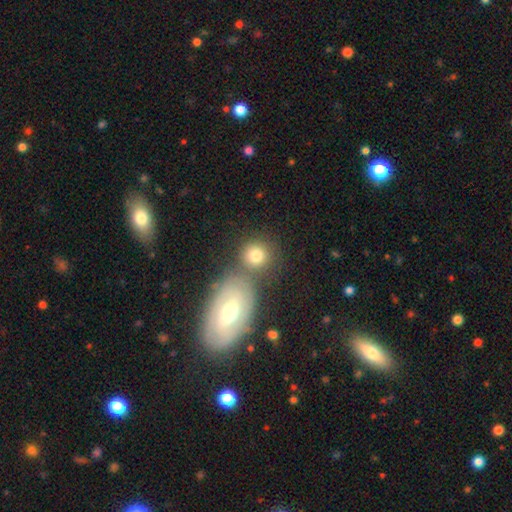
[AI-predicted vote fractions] smooth_or_featured: smooth (p=0.78) [alt: featured or disk p=0.13]
how_rounded: round (p=0.82) [alt: in between p=0.16]
merging: none (p=0.56) [alt: merger p=0.29]